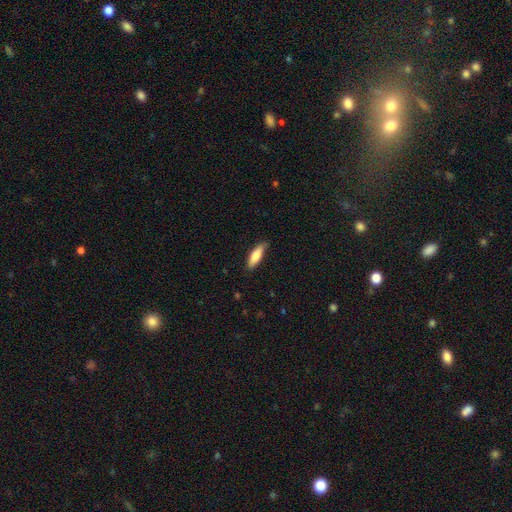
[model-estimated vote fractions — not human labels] smooth_or_featured: smooth (p=0.81) [alt: featured or disk p=0.14]
how_rounded: in between (p=0.50) [alt: cigar-shaped p=0.48]
merging: none (p=0.80) [alt: minor disturbance p=0.17]